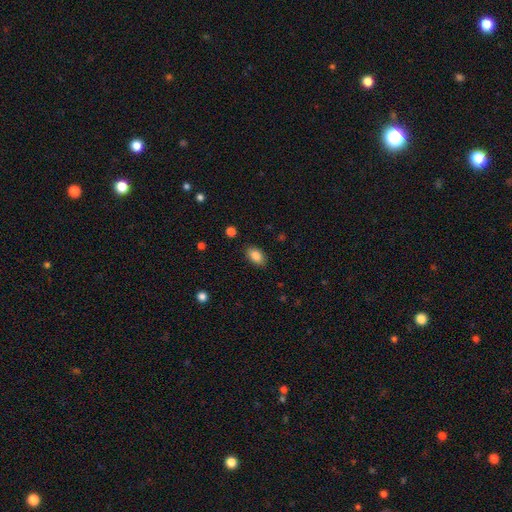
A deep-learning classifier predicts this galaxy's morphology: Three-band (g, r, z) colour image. It shows a smooth galaxy with no disk features (85%) that is in between round and cigar-shaped (91%). Merging: none (87%).